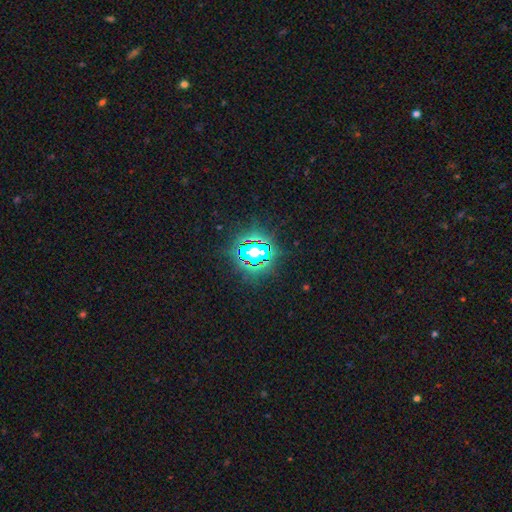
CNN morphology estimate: type=star or artifact (80%).